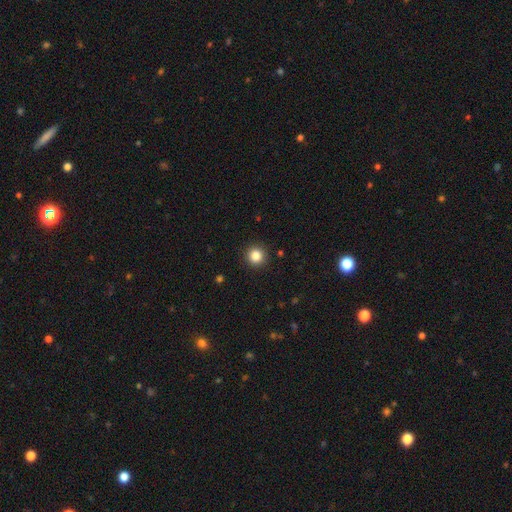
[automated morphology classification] The model was most divided on "smooth or featured": smooth: 85%, star or artifact: 11%, featured or disk: 4%. More confident: how rounded — round (94%); merging — none (92%).